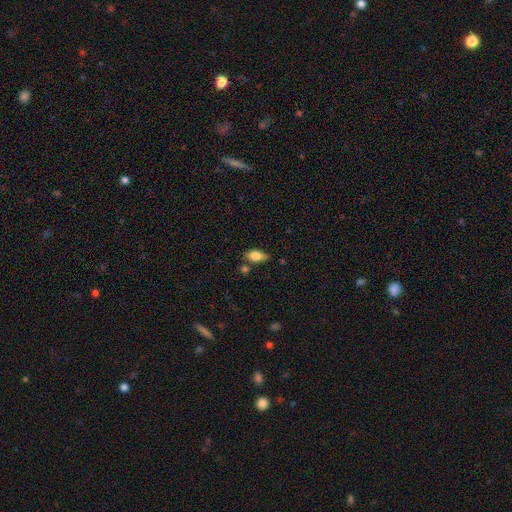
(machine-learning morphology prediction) smooth 71%, featured or disk 21%, star or artifact 8%. Down the decision tree: how rounded — in between (83%); merging — none (69%).